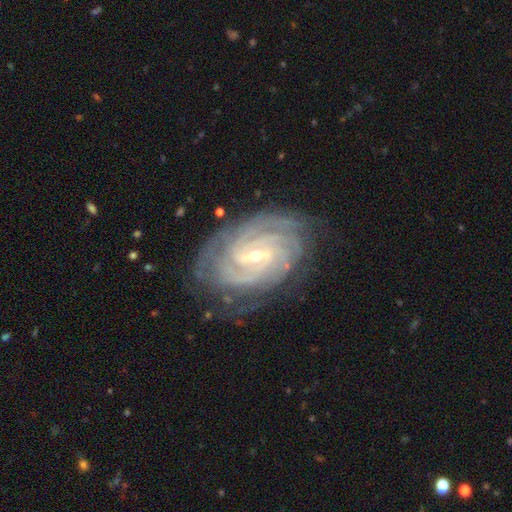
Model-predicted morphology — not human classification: smooth_or_featured: featured or disk (p=0.92) [alt: star or artifact p=0.05]
disk_edge_on: no (p=0.97) [alt: yes p=0.03]
bar: weak (p=0.50) [alt: strong p=0.32]
has_spiral_arms: yes (p=0.98) [alt: no p=0.02]
spiral_winding: tight (p=0.78) [alt: medium p=0.19]
spiral_arm_count: 4 (p=0.29) [alt: can't tell p=0.20]
bulge_size: small (p=0.69) [alt: moderate p=0.28]
merging: none (p=0.79) [alt: minor disturbance p=0.16]